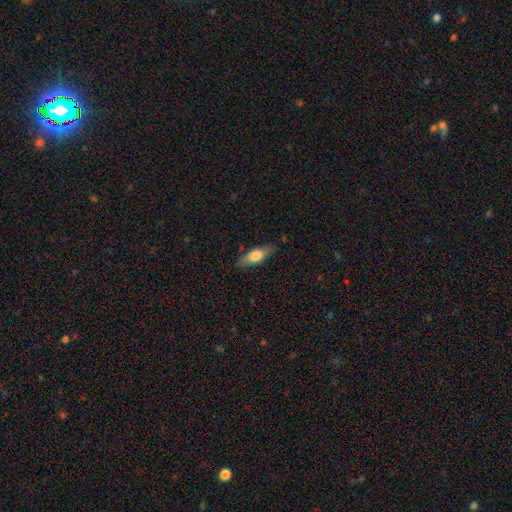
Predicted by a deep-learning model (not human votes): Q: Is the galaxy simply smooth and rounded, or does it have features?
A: smooth — 68%.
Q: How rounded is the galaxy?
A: in between — 68%.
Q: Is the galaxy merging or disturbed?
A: none — 80%.